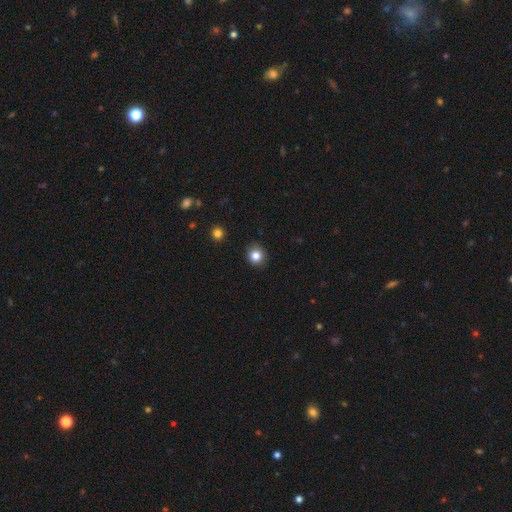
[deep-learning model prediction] Smooth or featured?
  - smooth: 83% *
  - star or artifact: 11%
  - featured or disk: 6%
How rounded?
  - round: 85% *
  - in between: 14%
  - cigar-shaped: 1%
Merging?
  - none: 91% *
  - minor disturbance: 6%
  - major disturbance: 2%
  - merger: 1%